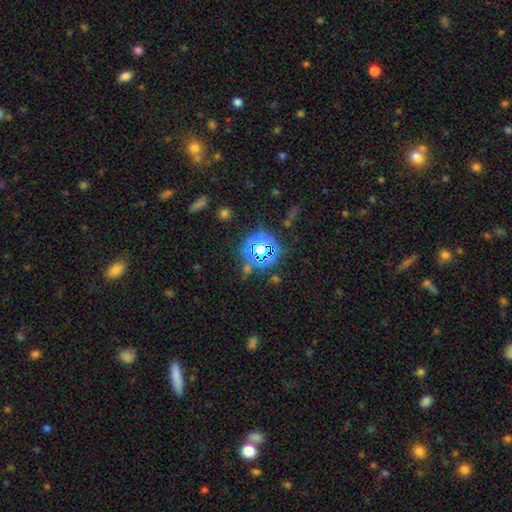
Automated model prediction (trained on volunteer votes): This is likely a star or artifact rather than a galaxy (73%).